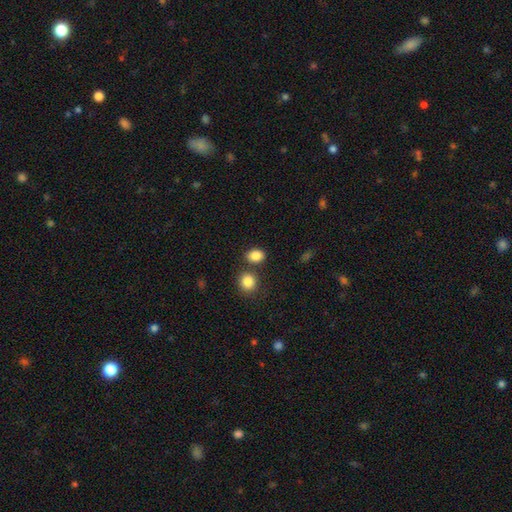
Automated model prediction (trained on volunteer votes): A smooth galaxy with no disk features (86%) that is in between round and cigar-shaped (58%). Merging: none (71%).